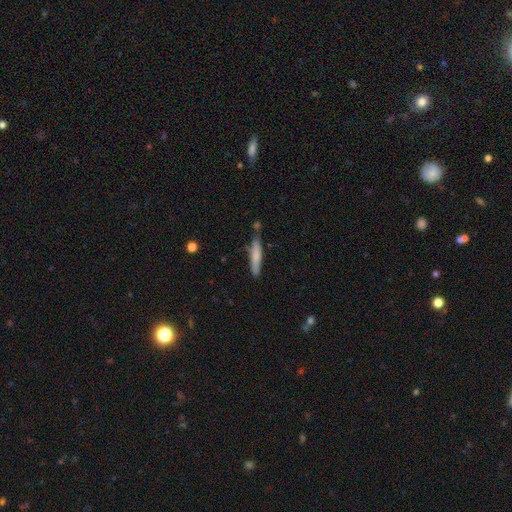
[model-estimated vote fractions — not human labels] smooth_or_featured: smooth (p=0.73) [alt: featured or disk p=0.21]
how_rounded: cigar-shaped (p=0.90) [alt: in between p=0.09]
merging: none (p=0.75) [alt: minor disturbance p=0.16]